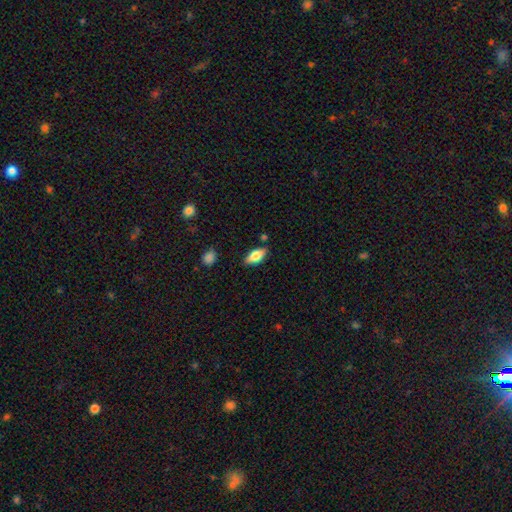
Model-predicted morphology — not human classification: A smooth galaxy with no disk features (71%) that is in between round and cigar-shaped (85%).

Vote fractions:
- Smooth or featured? smooth: 71% / featured or disk: 22% / star or artifact: 7%
- How rounded? in between: 85% / cigar-shaped: 11% / round: 3%
- Merging? none: 81% / minor disturbance: 13% / major disturbance: 3% / merger: 3%